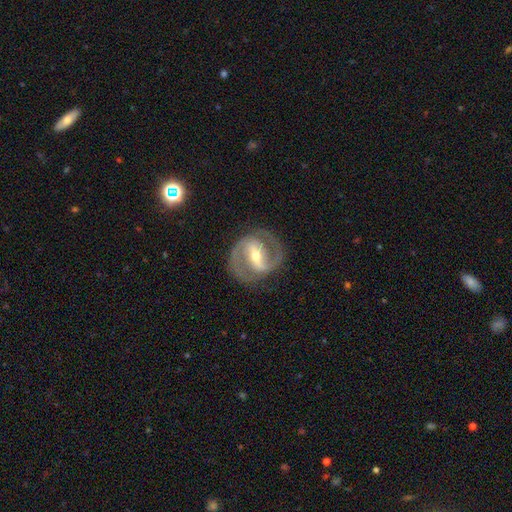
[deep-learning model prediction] Smooth or featured? featured or disk (91%)
Edge-on disk? no (97%)
Bar? strong (58%)
Spiral arms? yes (97%)
Spiral winding? medium (56%)
Spiral arm count? 2 (93%)
Bulge size? moderate (59%)
Merging? none (83%)